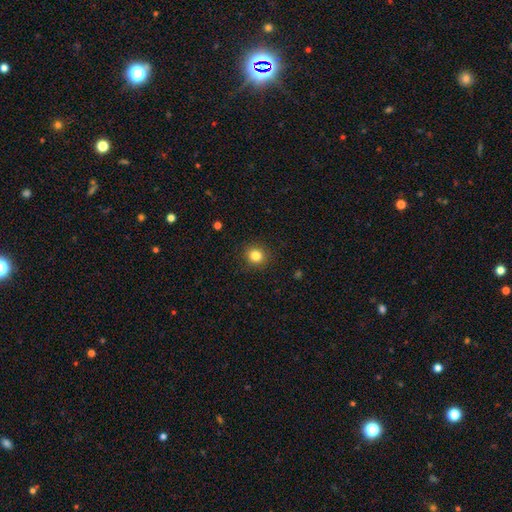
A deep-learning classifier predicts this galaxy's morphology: smooth-or-featured: smooth: 83% | star or artifact: 11% | featured or disk: 5%
  how-rounded: round: 88% | in between: 11% | cigar-shaped: 1%
  merging: none: 90% | minor disturbance: 7% | major disturbance: 2% | merger: 1%